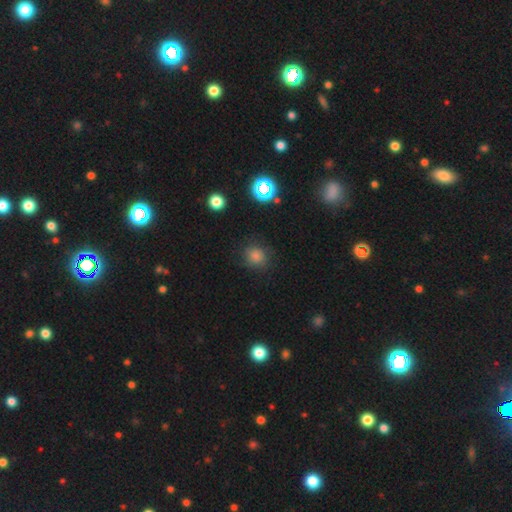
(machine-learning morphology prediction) Q: Smooth or featured?
A: smooth (72%); runner-up: star or artifact (21%)
Q: How rounded?
A: round (85%); runner-up: in between (14%)
Q: Merging?
A: none (84%); runner-up: minor disturbance (11%)